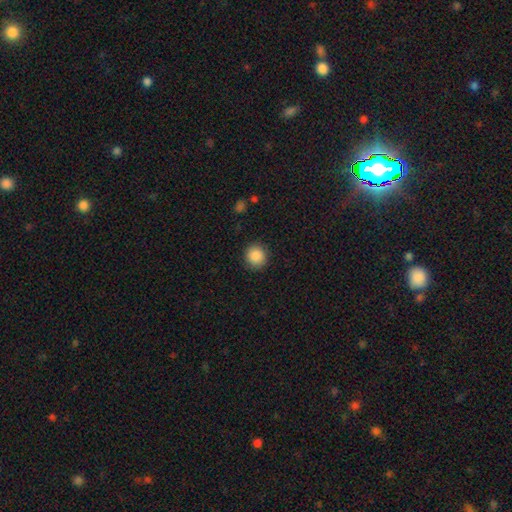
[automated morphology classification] Q: Smooth or featured?
A: smooth (88%); runner-up: star or artifact (9%)
Q: How rounded?
A: round (91%); runner-up: in between (8%)
Q: Merging?
A: none (89%); runner-up: minor disturbance (8%)